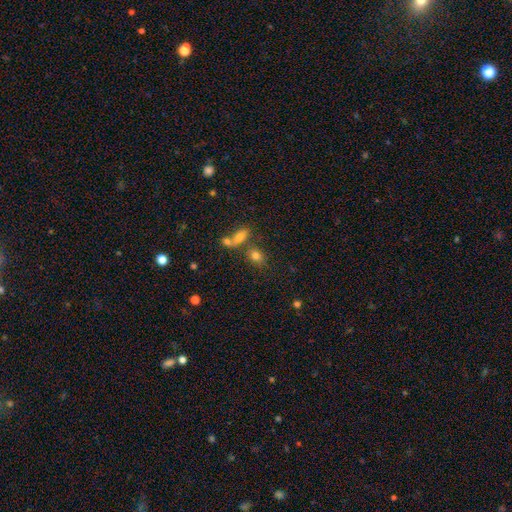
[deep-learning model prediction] Smooth or featured? Predicted: smooth (p=0.78). How rounded? Predicted: in between (p=0.59). Merging? Predicted: none (p=0.58).